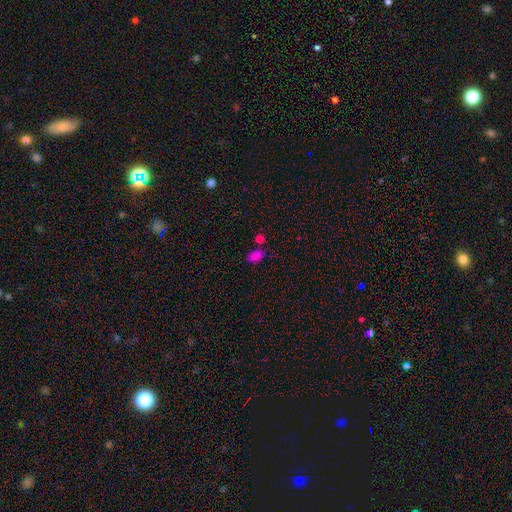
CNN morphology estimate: The model was most divided on "merging": none: 71%, minor disturbance: 15%, merger: 10%, major disturbance: 4%. More confident: how rounded — in between (88%); smooth or featured — smooth (80%).